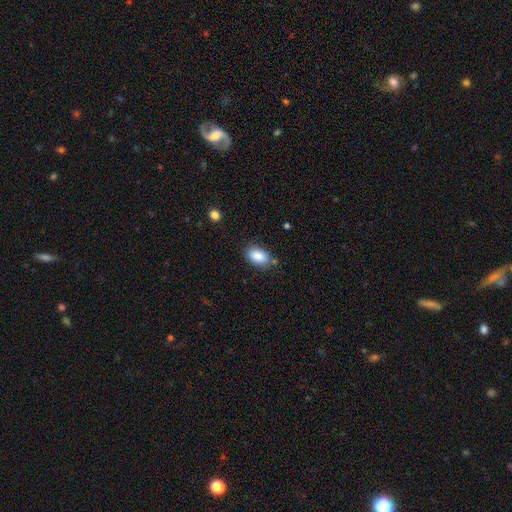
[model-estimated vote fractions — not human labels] Morphology: type=smooth (88%); roundness=in between (91%); merging=none (77%).